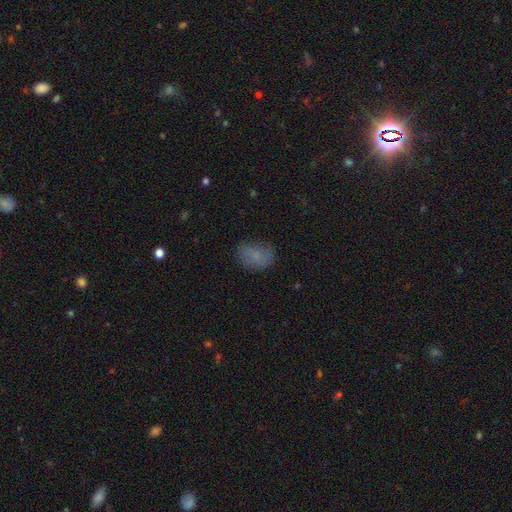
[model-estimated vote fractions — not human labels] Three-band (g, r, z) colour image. It shows a smooth galaxy with no disk features (73%) that is in between round and cigar-shaped (74%). Merging: none (68%).